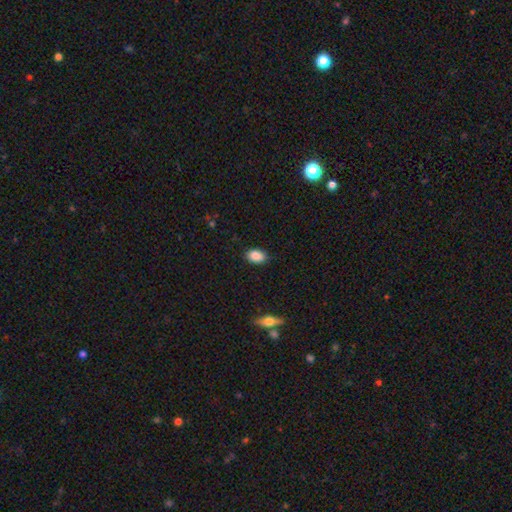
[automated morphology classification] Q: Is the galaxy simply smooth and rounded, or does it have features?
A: smooth — 87%.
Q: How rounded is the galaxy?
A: in between — 85%.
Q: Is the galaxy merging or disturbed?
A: none — 86%.